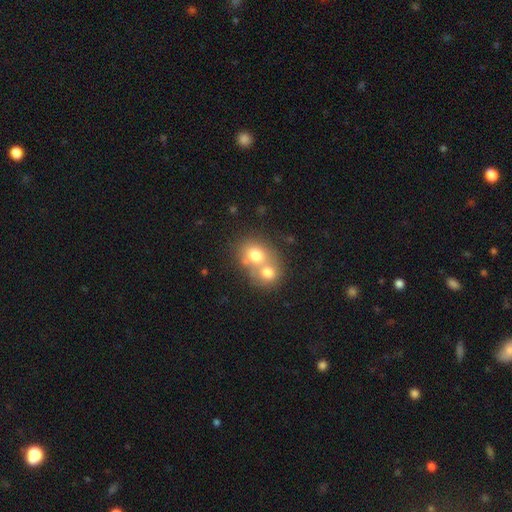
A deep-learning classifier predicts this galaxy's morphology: smooth 70%, featured or disk 20%, star or artifact 10%. Down the decision tree: how rounded — round (60%); merging — merger (66%).